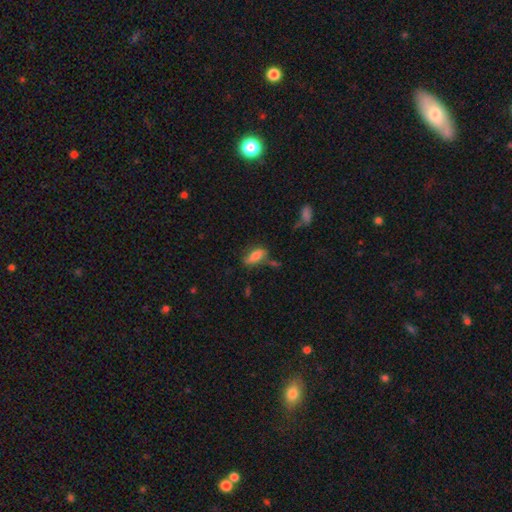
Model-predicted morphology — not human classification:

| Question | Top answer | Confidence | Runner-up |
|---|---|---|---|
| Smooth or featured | smooth | 72% | featured or disk (20%) |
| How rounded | in between | 78% | cigar-shaped (18%) |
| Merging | none | 58% | minor disturbance (25%) |